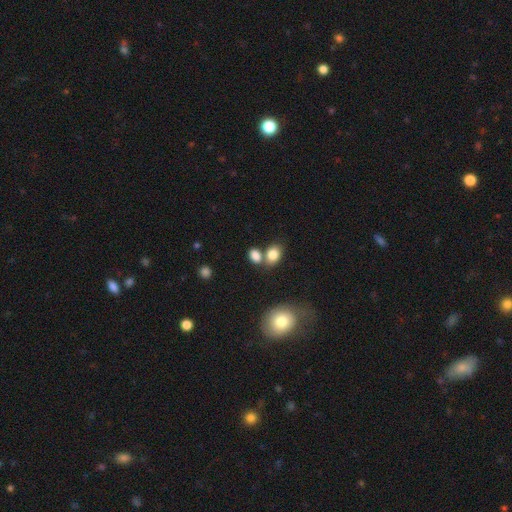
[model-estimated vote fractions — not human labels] A smooth galaxy with no disk features (83%) that is in between round and cigar-shaped (73%).

Vote fractions:
- Smooth or featured? smooth: 83% / star or artifact: 10% / featured or disk: 7%
- How rounded? in between: 73% / round: 25% / cigar-shaped: 2%
- Merging? none: 47% / merger: 38% / minor disturbance: 11% / major disturbance: 4%